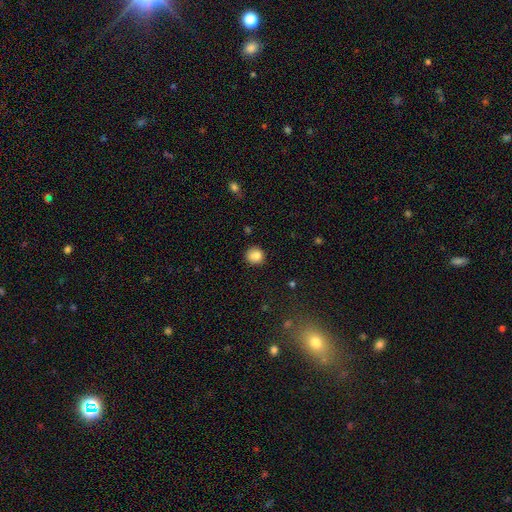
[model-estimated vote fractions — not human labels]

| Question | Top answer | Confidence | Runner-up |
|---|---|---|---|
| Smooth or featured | smooth | 86% | star or artifact (10%) |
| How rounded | round | 89% | in between (10%) |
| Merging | none | 86% | minor disturbance (10%) |